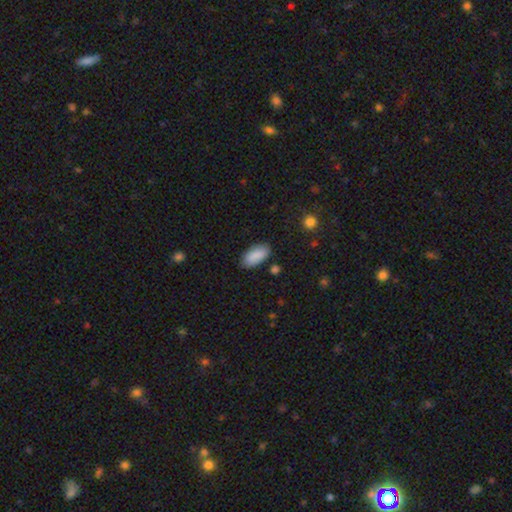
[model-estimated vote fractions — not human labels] smooth-or-featured: smooth: 89% | star or artifact: 6% | featured or disk: 5%
  how-rounded: in between: 91% | cigar-shaped: 6% | round: 2%
  merging: none: 84% | minor disturbance: 11% | major disturbance: 2% | merger: 2%